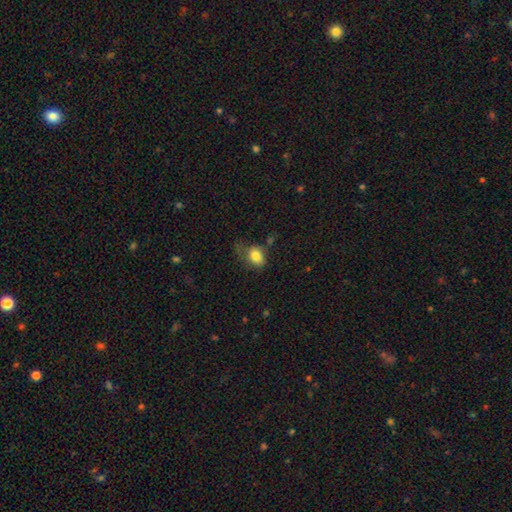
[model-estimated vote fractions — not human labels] This appears to be a smooth galaxy with no disk features (82%) that is in between round and cigar-shaped (68%). Merging: none (50%).